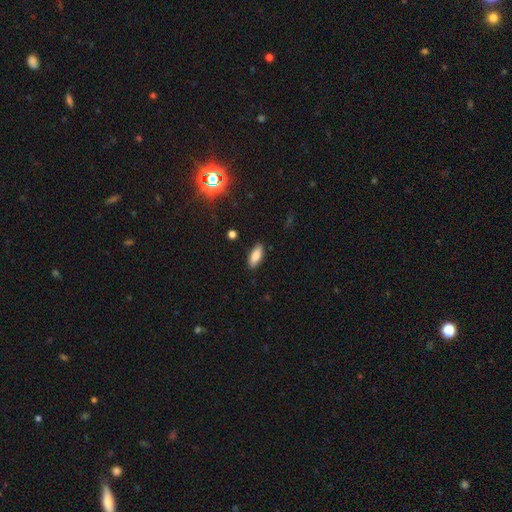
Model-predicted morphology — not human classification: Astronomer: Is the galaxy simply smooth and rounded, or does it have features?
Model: smooth — 83%.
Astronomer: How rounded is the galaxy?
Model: in between — 76%.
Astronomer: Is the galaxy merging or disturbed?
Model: none — 87%.